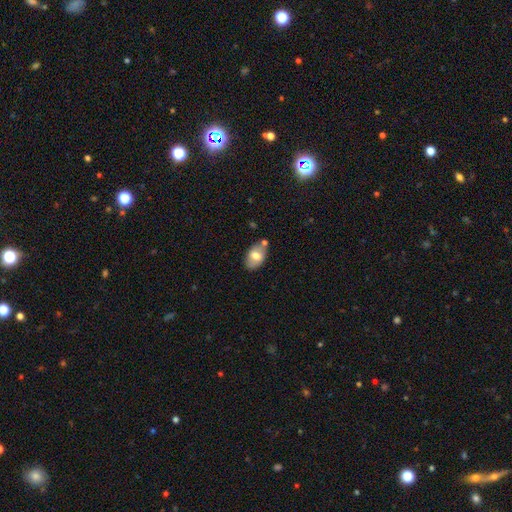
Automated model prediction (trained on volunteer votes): Smooth or featured: smooth — 65% (featured or disk — 28%)
How rounded: in between — 90% (round — 8%)
Merging: none — 68% (minor disturbance — 17%)